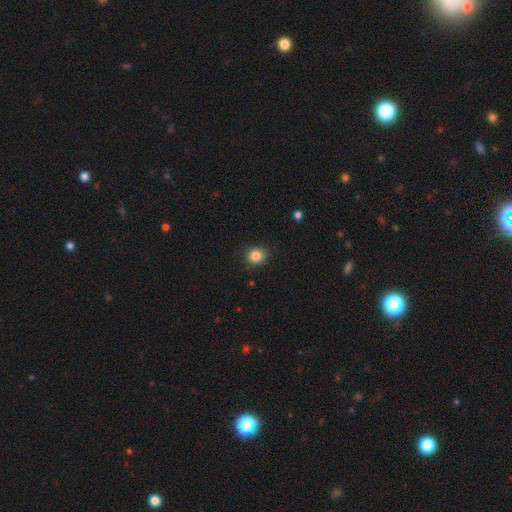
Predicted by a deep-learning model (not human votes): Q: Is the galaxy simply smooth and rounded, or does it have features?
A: smooth — 85%.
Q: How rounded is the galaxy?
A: round — 75%.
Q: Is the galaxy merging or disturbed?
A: none — 88%.